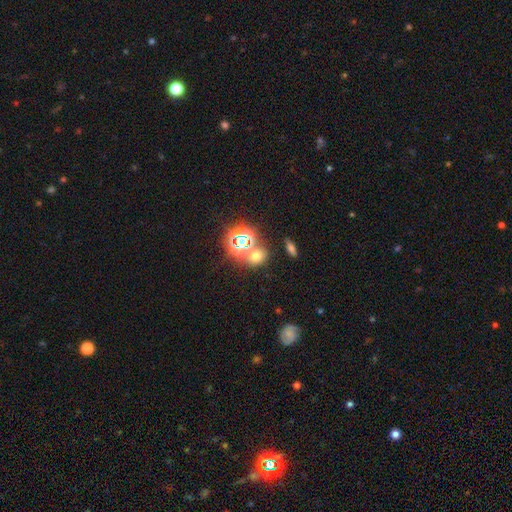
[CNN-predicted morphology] Smooth or featured? smooth (50%)
Merging? none (66%)